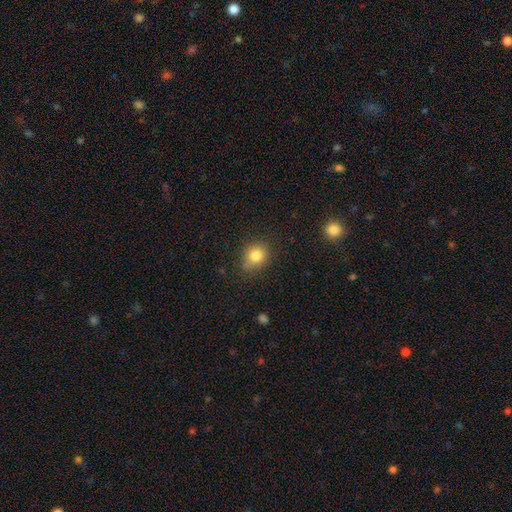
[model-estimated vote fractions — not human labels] A smooth galaxy with no disk features (82%) that is round (75%). Merging: none (71%).